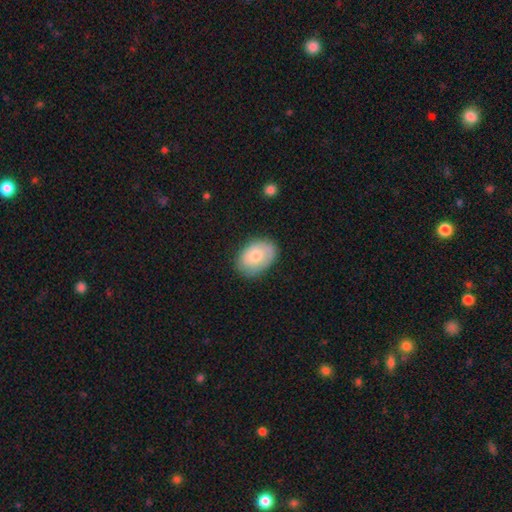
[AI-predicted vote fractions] A smooth galaxy with no disk features (70%) that is in between round and cigar-shaped (82%).

Vote fractions:
- Smooth or featured? smooth: 70% / featured or disk: 23% / star or artifact: 6%
- How rounded? in between: 82% / round: 17% / cigar-shaped: 1%
- Merging? none: 77% / minor disturbance: 18% / major disturbance: 4% / merger: 1%